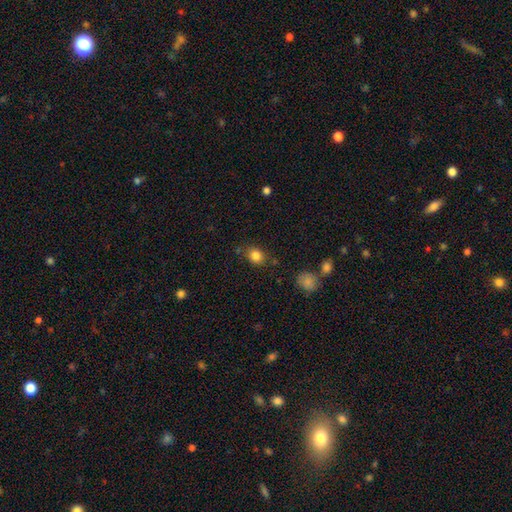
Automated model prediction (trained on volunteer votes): Morphology: type=smooth (84%); roundness=round (53%); merging=none (76%).